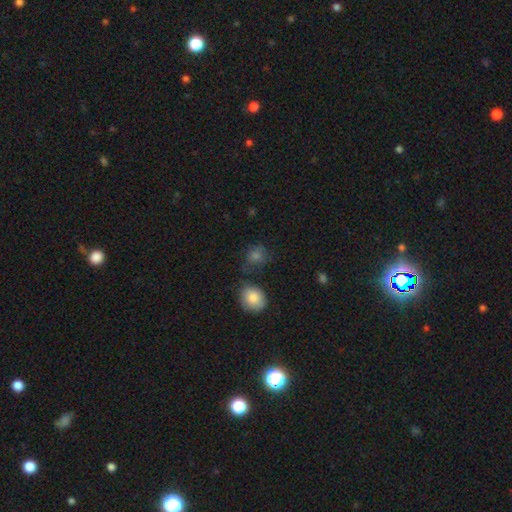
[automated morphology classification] Smooth or featured? Predicted: smooth (p=0.70). How rounded? Predicted: round (p=0.69). Merging? Predicted: none (p=0.62).